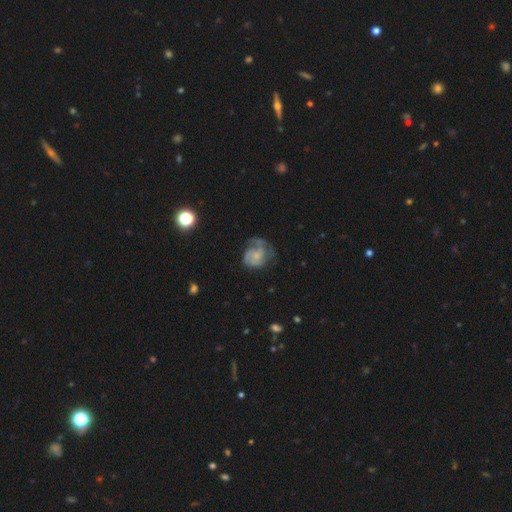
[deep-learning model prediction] This is likely a featured or disk galaxy (66%). It is clearly not viewed edge-on (98%). Bar: likely no (76%). Spiral arm pattern: clearly yes (82%). Spiral arm count: marginally 2 (32%). Spiral winding: marginally tight (42%). Central bulge: possibly small (57%). Merging: marginally none (44%).